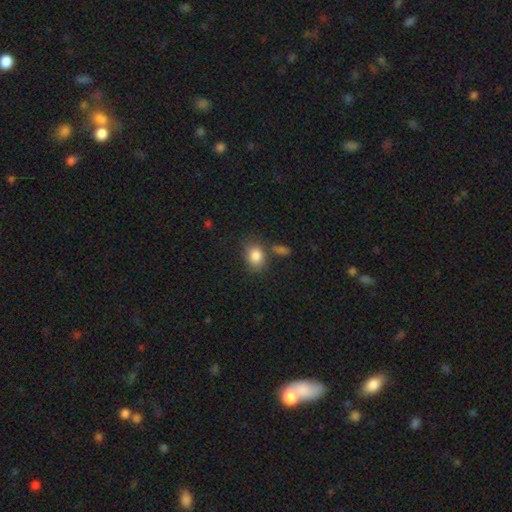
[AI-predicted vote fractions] smooth 85%, star or artifact 9%, featured or disk 6%. Down the decision tree: how rounded — in between (56%); merging — none (68%).